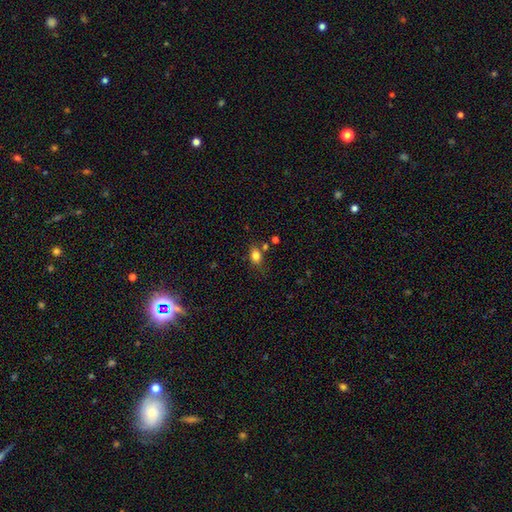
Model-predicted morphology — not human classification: A smooth galaxy with no disk features (82%) that is in between round and cigar-shaped (72%). Merging: none (68%).